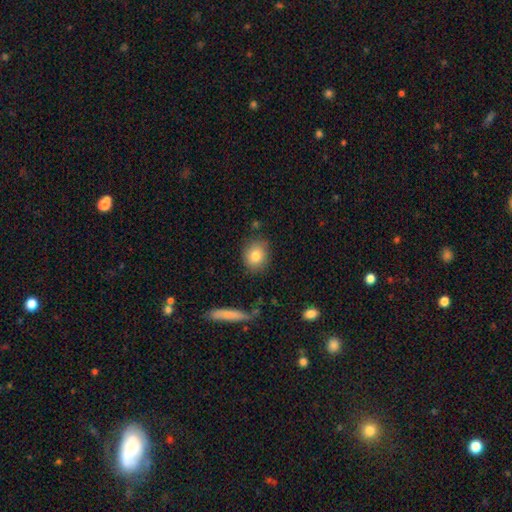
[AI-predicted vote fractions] A smooth galaxy with no disk features (81%) that is round (73%).

Vote fractions:
- Smooth or featured? smooth: 81% / featured or disk: 10% / star or artifact: 9%
- How rounded? round: 73% / in between: 25% / cigar-shaped: 2%
- Merging? none: 85% / minor disturbance: 11% / major disturbance: 3% / merger: 2%